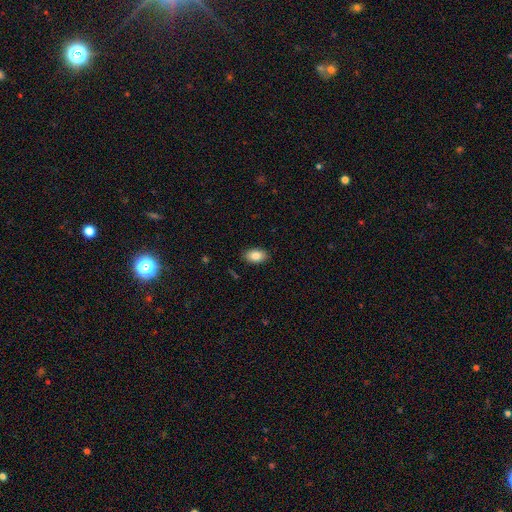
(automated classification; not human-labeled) A smooth galaxy with no disk features (85%) that is in between round and cigar-shaped (90%). Merging: none (88%).